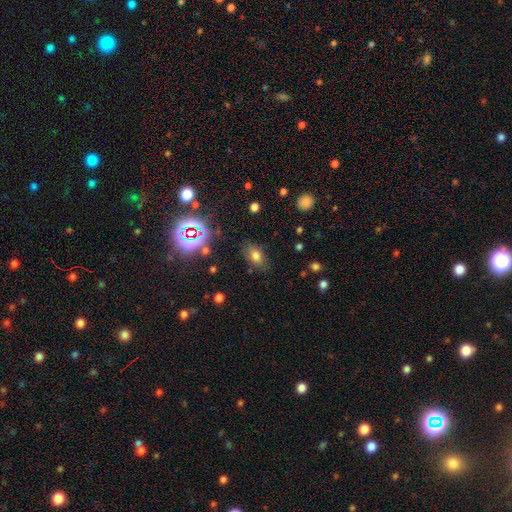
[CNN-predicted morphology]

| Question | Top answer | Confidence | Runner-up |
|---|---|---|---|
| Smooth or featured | smooth | 67% | star or artifact (20%) |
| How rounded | in between | 85% | round (12%) |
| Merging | none | 77% | minor disturbance (15%) |